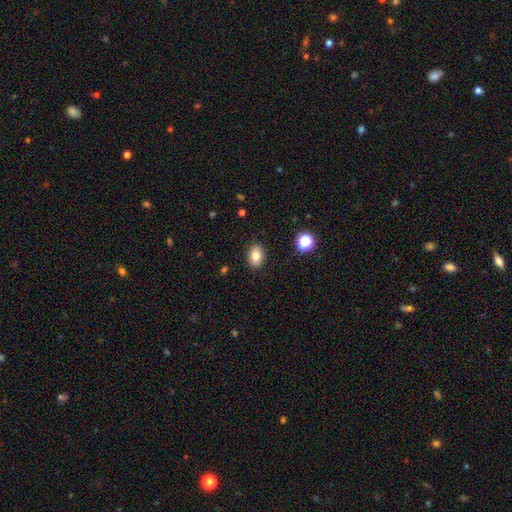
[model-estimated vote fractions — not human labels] Smooth or featured? Predicted: smooth (p=0.81). How rounded? Predicted: in between (p=0.71). Merging? Predicted: none (p=0.89).